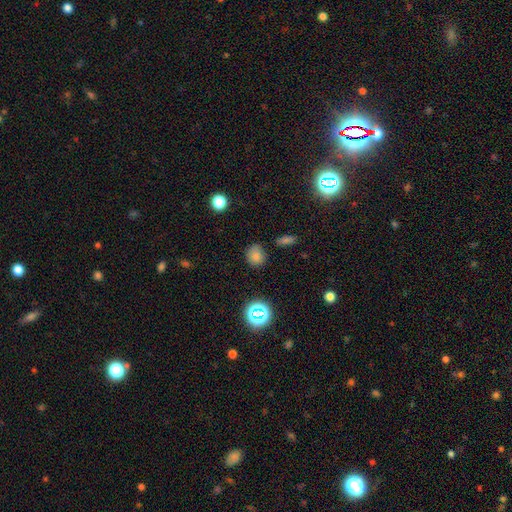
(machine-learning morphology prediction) A smooth galaxy with no disk features (77%) that is round (78%). Merging: none (79%).